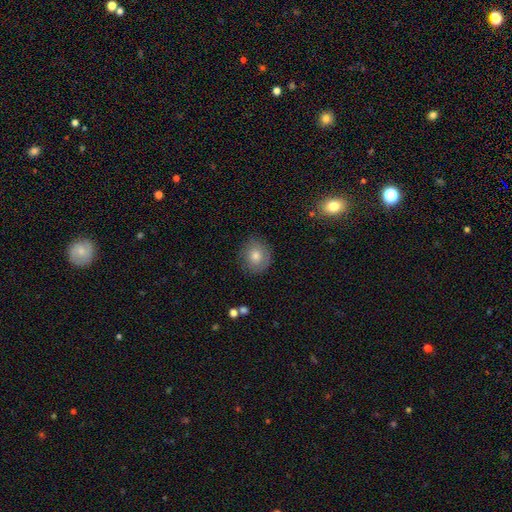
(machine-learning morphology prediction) The model was most divided on "smooth or featured": smooth: 73%, featured or disk: 16%, star or artifact: 11%. More confident: merging — none (85%); how rounded — round (84%).